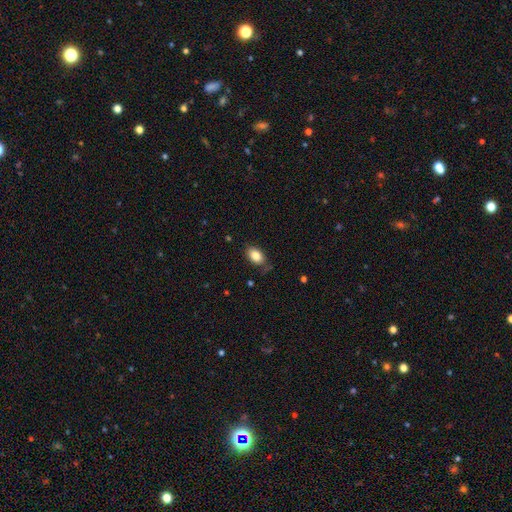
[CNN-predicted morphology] Smooth or featured? Predicted: smooth (p=0.84). How rounded? Predicted: in between (p=0.87). Merging? Predicted: none (p=0.77).